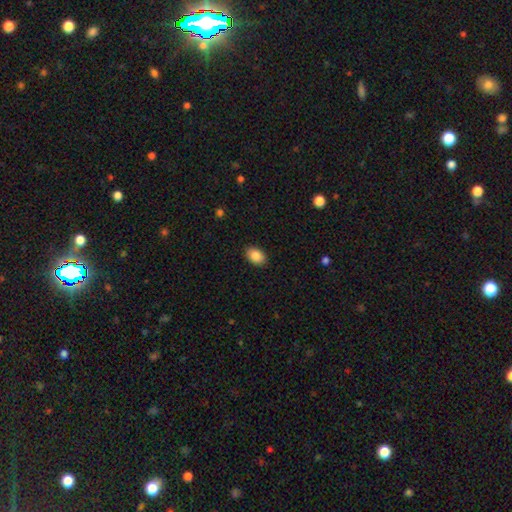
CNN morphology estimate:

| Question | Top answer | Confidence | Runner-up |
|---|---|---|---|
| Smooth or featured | smooth | 88% | star or artifact (8%) |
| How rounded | in between | 82% | round (17%) |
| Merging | none | 89% | minor disturbance (8%) |